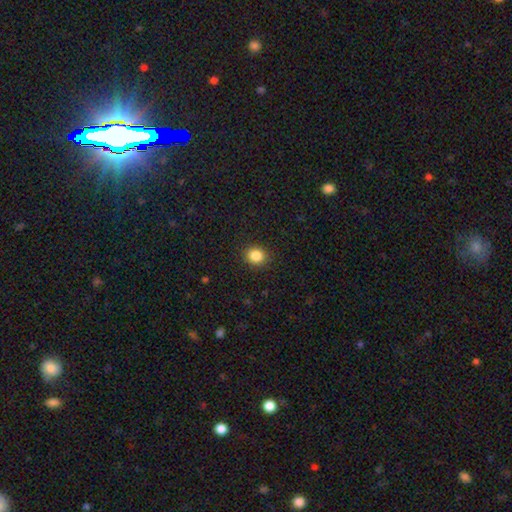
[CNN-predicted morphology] Smooth or featured? Predicted: smooth (p=0.86). How rounded? Predicted: round (p=0.79). Merging? Predicted: none (p=0.90).